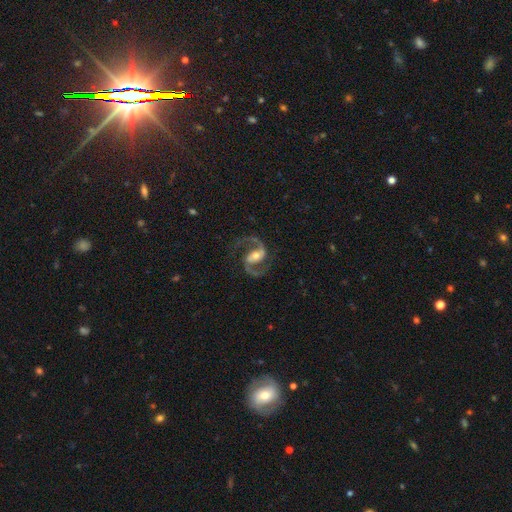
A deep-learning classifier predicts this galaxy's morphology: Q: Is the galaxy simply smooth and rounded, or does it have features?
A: featured or disk — 93%.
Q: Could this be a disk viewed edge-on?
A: no — 98%.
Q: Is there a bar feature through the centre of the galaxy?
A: weak — 39%.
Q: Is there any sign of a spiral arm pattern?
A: yes — 98%.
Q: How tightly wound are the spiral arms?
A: medium — 63%.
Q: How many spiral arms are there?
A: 2 — 94%.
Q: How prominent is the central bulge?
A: moderate — 62%.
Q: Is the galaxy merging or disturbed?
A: none — 81%.